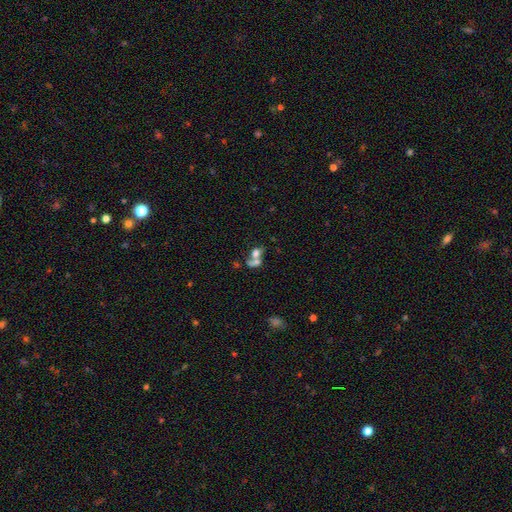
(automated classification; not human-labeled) This appears to be a smooth galaxy with no disk features (64%) that is in between round and cigar-shaped (52%). Merging: merger (62%).